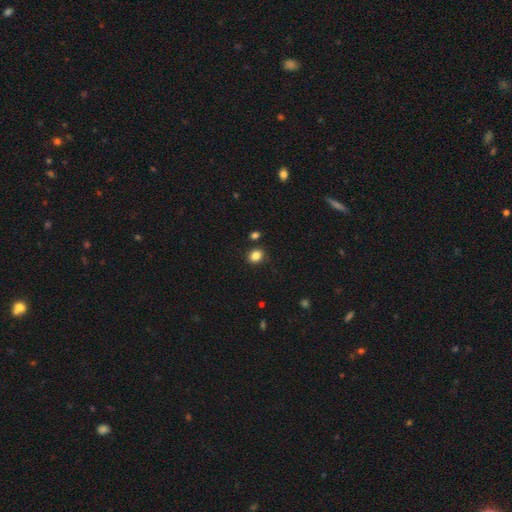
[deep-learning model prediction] Smooth or featured: smooth — 84% (star or artifact — 11%)
How rounded: round — 59% (in between — 40%)
Merging: none — 84% (minor disturbance — 9%)